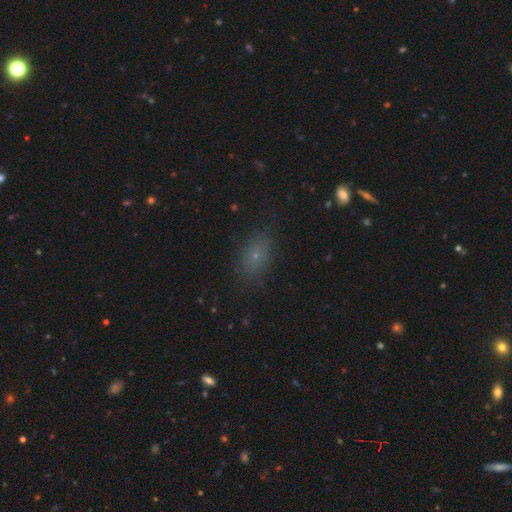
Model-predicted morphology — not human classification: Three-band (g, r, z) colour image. It shows a smooth galaxy with no disk features (69%) that is in between round and cigar-shaped (81%). Merging: none (80%).